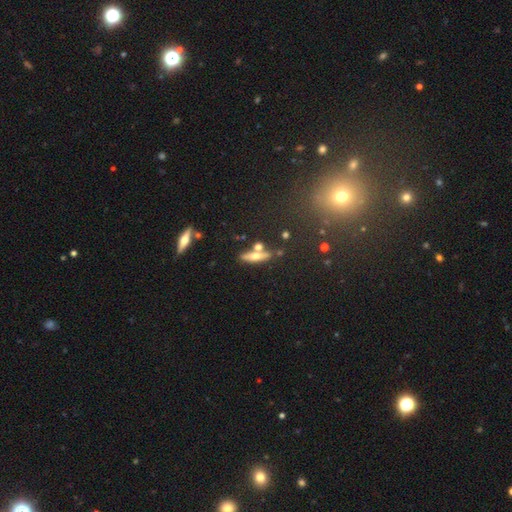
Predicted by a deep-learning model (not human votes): Smooth or featured: smooth — 44% (tied with featured or disk — 44%)
Merging: none — 66% (merger — 18%)